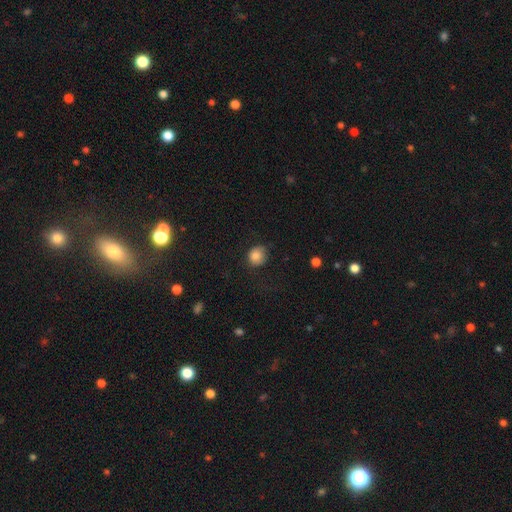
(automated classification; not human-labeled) Q: Smooth or featured?
A: smooth (84%); runner-up: star or artifact (9%)
Q: How rounded?
A: round (83%); runner-up: in between (17%)
Q: Merging?
A: none (68%); runner-up: minor disturbance (23%)